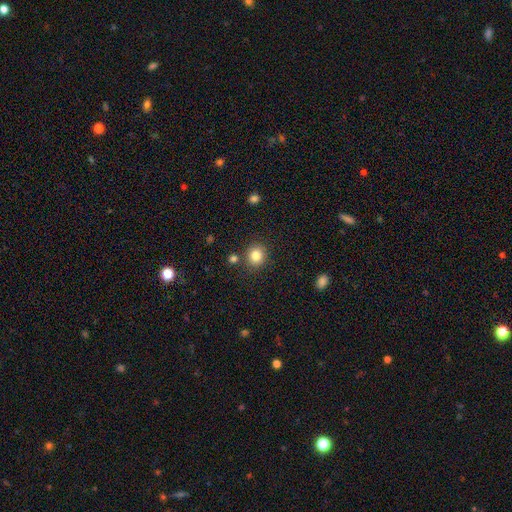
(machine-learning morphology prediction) A smooth galaxy with no disk features (83%) that is round (85%).

Vote fractions:
- Smooth or featured? smooth: 83% / star or artifact: 11% / featured or disk: 6%
- How rounded? round: 85% / in between: 14% / cigar-shaped: 1%
- Merging? none: 84% / minor disturbance: 8% / merger: 5% / major disturbance: 2%